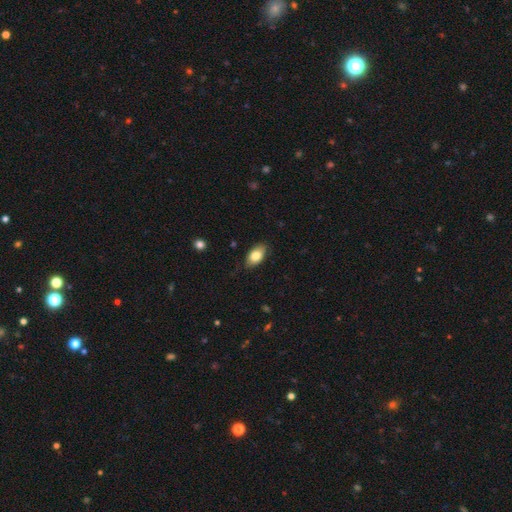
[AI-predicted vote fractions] Smooth or featured? smooth (82%)
How rounded? in between (92%)
Merging? none (81%)